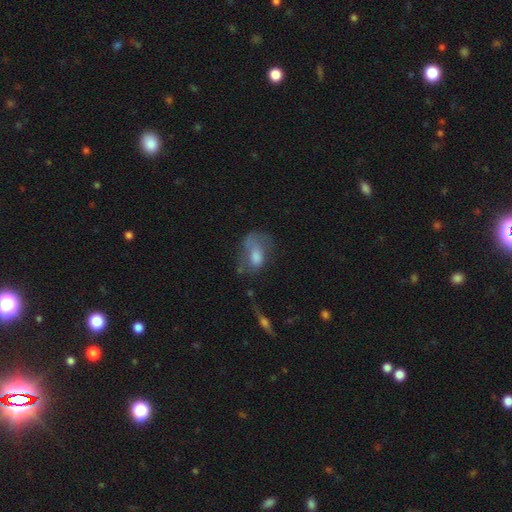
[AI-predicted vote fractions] A smooth galaxy with no disk features (50%) that is in between round and cigar-shaped (82%).

Vote fractions:
- Smooth or featured? smooth: 50% / featured or disk: 38% / star or artifact: 12%
- How rounded? in between: 82% / round: 15% / cigar-shaped: 3%
- Merging? major disturbance: 39% / none: 31% / minor disturbance: 25% / merger: 5%